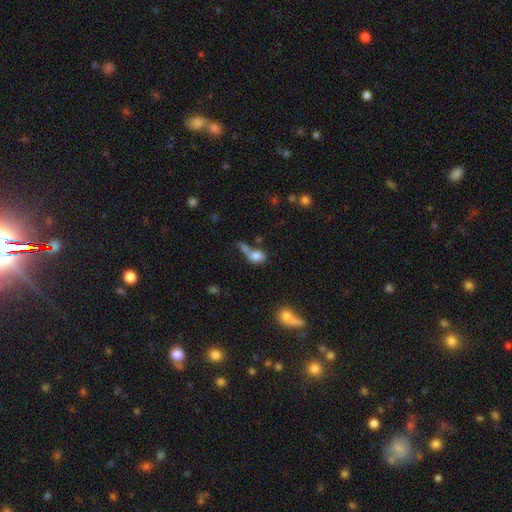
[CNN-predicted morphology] Smooth or featured?
  - smooth: 73% *
  - featured or disk: 15%
  - star or artifact: 12%
How rounded?
  - in between: 54% *
  - round: 40%
  - cigar-shaped: 6%
Merging?
  - merger: 38% *
  - none: 28%
  - major disturbance: 20%
  - minor disturbance: 14%